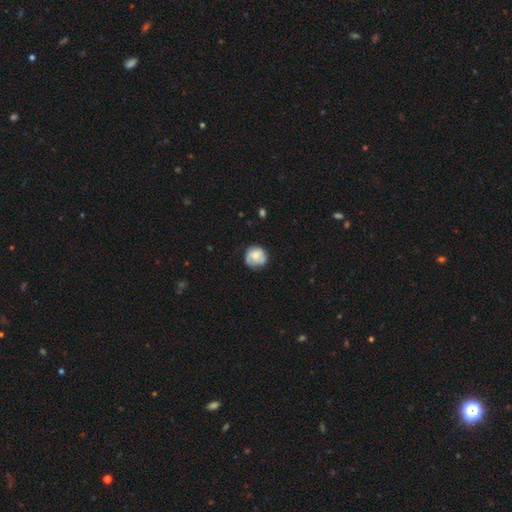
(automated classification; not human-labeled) Q: Smooth or featured?
A: smooth (59%); runner-up: featured or disk (34%)
Q: How rounded?
A: round (87%); runner-up: in between (12%)
Q: Merging?
A: none (65%); runner-up: minor disturbance (25%)